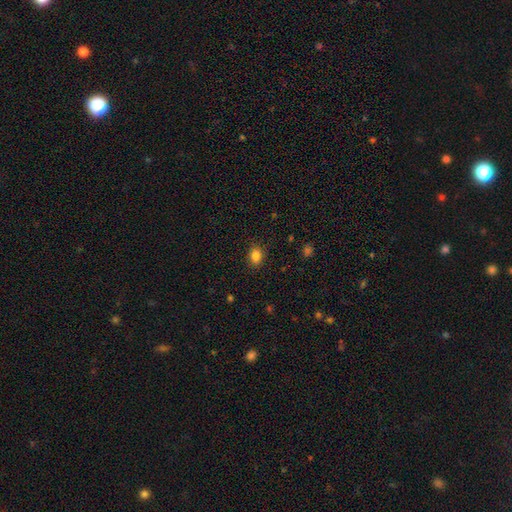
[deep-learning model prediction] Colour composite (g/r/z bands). It shows a smooth galaxy with no disk features (84%) that is in between round and cigar-shaped (58%). Merging: none (88%).